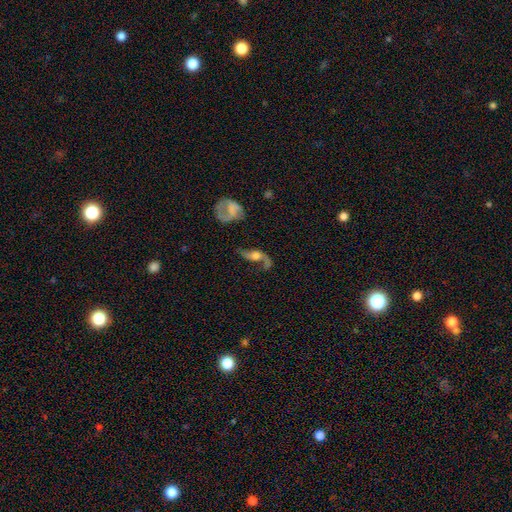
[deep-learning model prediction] Smooth or featured? Predicted: featured or disk (p=0.76). Edge-on disk? Predicted: no (p=0.90). Bar? Predicted: no (p=0.64). Spiral arms? Predicted: yes (p=0.89). Spiral winding? Predicted: loose (p=0.82). Spiral arm count? Predicted: 2 (p=0.79). Bulge size? Predicted: moderate (p=0.47). Merging? Predicted: none (p=0.42).